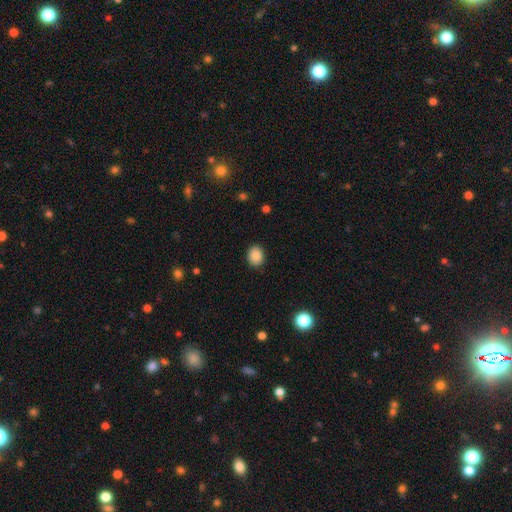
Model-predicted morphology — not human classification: Smooth or featured? smooth (87%)
How rounded? round (53%)
Merging? none (89%)